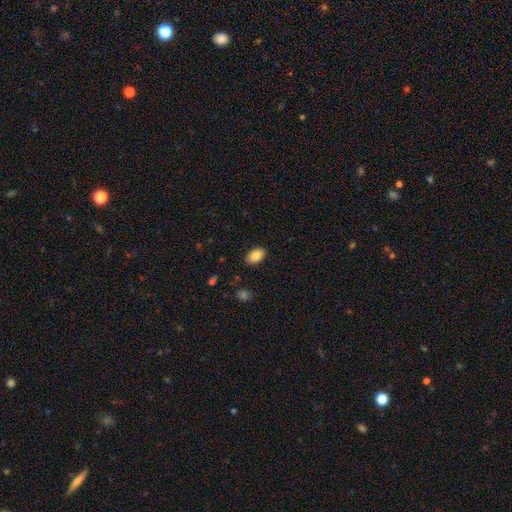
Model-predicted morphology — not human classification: A smooth galaxy with no disk features (85%) that is in between round and cigar-shaped (90%).

Vote fractions:
- Smooth or featured? smooth: 85% / star or artifact: 7% / featured or disk: 7%
- How rounded? in between: 90% / round: 9% / cigar-shaped: 1%
- Merging? none: 88% / minor disturbance: 9% / major disturbance: 2% / merger: 1%